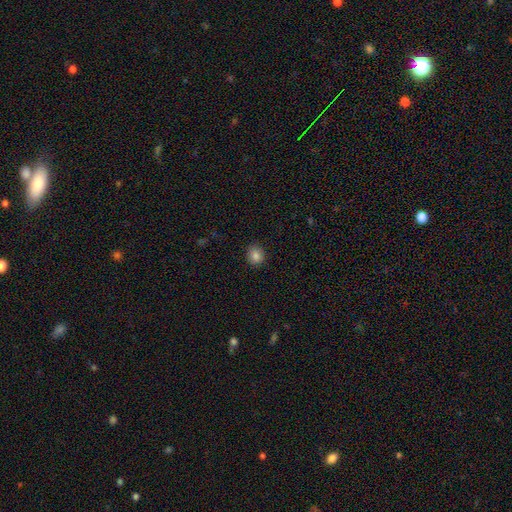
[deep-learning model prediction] Morphology: type=smooth (84%); roundness=round (69%); merging=none (89%).